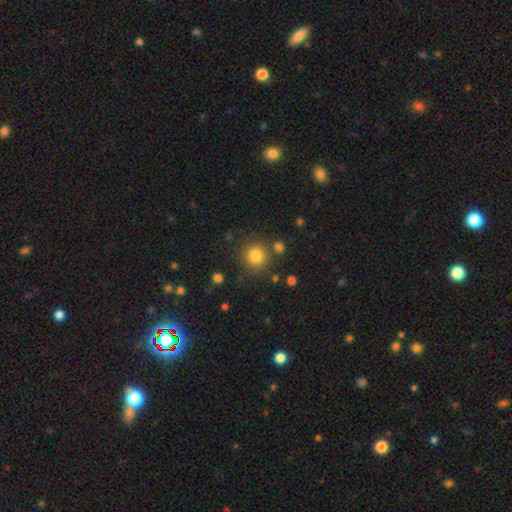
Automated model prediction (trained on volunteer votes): smooth-or-featured: smooth: 81% | star or artifact: 13% | featured or disk: 6%
  how-rounded: round: 93% | in between: 6% | cigar-shaped: 1%
  merging: none: 83% | minor disturbance: 8% | merger: 6% | major disturbance: 3%